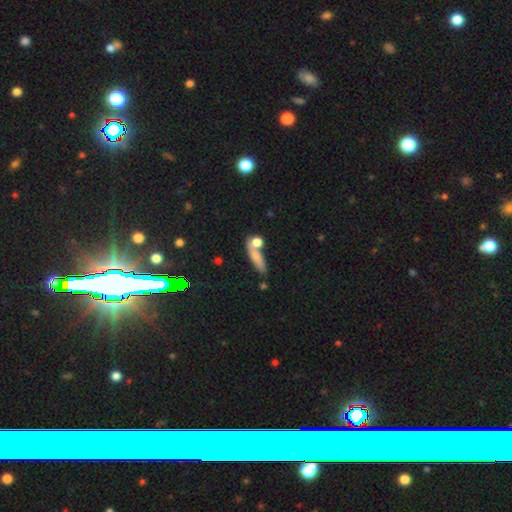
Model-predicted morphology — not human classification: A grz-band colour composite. It shows a smooth galaxy with no disk features (71%) that is cigar-shaped (54%). Merging: none (52%).